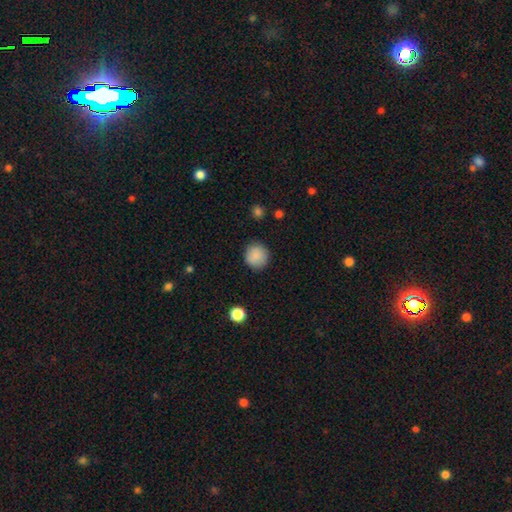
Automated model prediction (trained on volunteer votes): smooth 88%, star or artifact 8%, featured or disk 4%. Down the decision tree: how rounded — round (91%); merging — none (88%).